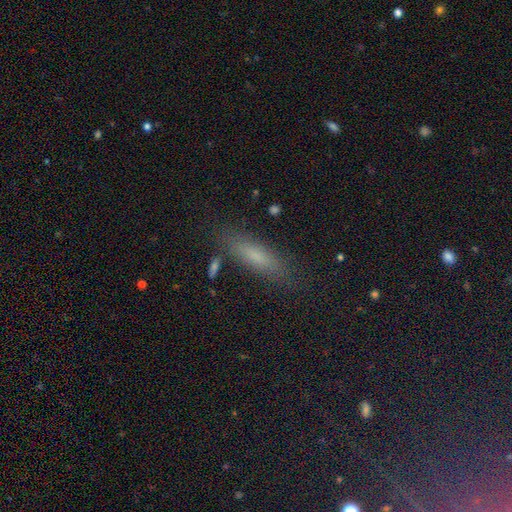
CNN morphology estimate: smooth-or-featured: smooth: 70% | featured or disk: 17% | star or artifact: 13%
  how-rounded: cigar-shaped: 59% | in between: 39% | round: 3%
  merging: none: 83% | minor disturbance: 11% | major disturbance: 3% | merger: 3%